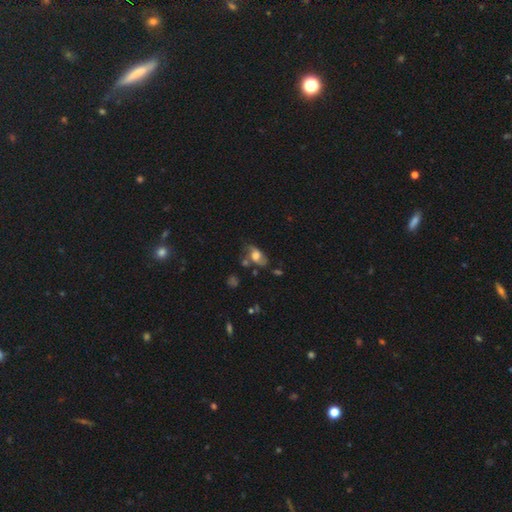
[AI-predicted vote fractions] Smooth or featured: smooth — 48% (featured or disk — 44%)
Merging: none — 50% (minor disturbance — 27%)